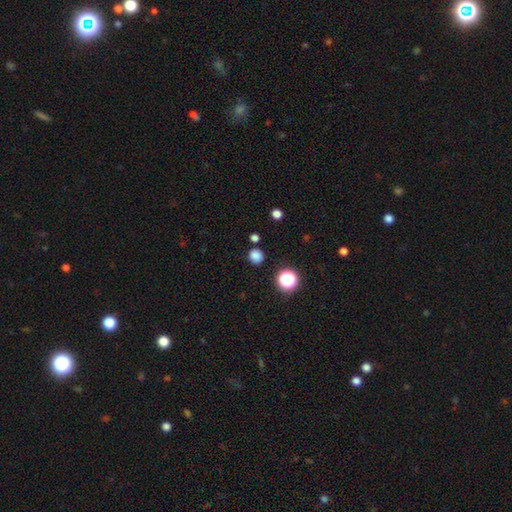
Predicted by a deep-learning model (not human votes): Smooth or featured? Predicted: smooth (p=0.80). How rounded? Predicted: round (p=0.91). Merging? Predicted: none (p=0.86).